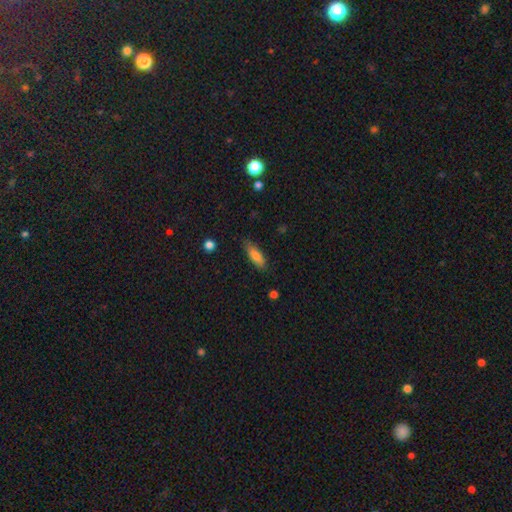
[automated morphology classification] The model was most divided on "how rounded": in between: 55%, cigar-shaped: 43%, round: 2%. More confident: merging — none (80%); smooth or featured — smooth (79%).